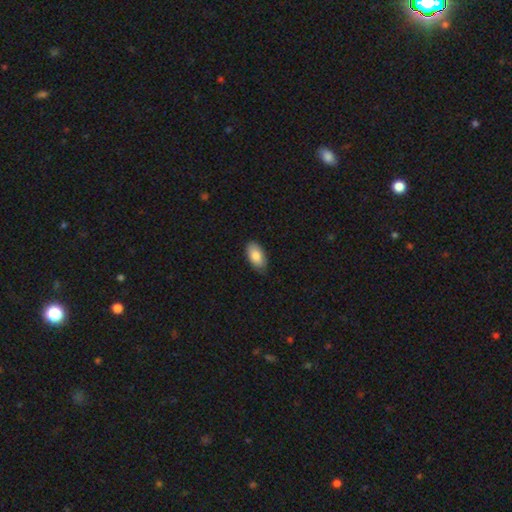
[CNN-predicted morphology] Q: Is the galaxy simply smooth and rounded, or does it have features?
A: smooth — 84%.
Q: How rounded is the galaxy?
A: in between — 94%.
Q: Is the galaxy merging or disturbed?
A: none — 79%.